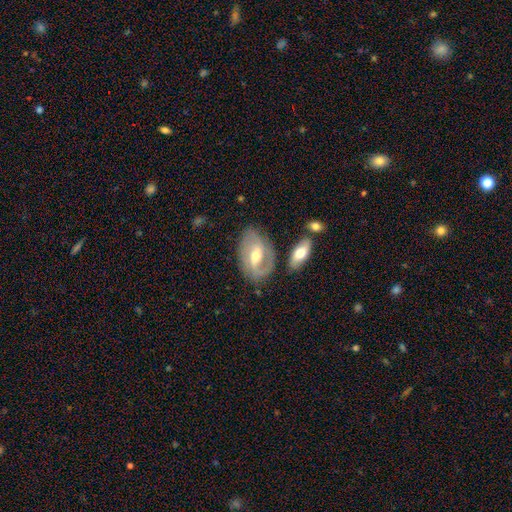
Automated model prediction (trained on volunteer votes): smooth-or-featured: featured or disk: 74% | smooth: 20% | star or artifact: 6%
  disk-edge-on: no: 93% | yes: 7%
    bar: weak: 46% | strong: 33% | no: 21%
    has-spiral-arms: yes: 81% | no: 19%
      spiral-winding: medium: 43% | tight: 33% | loose: 24%
      spiral-arm-count: 2: 74% | can't tell: 14% | 1: 7% | 3: 2% | 4: 1% | more than 4: 1%
    bulge-size: moderate: 71% | small: 23% | large: 4% | none: 1% | dominant: 1%
  merging: none: 66% | minor disturbance: 20% | merger: 7% | major disturbance: 7%